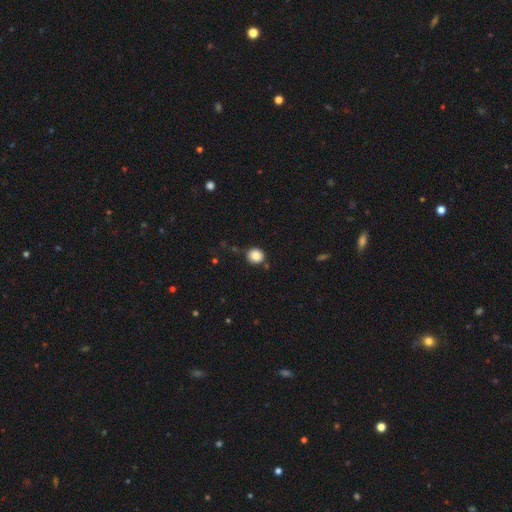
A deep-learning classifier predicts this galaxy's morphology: A smooth galaxy with no disk features (86%) that is round (88%).

Vote fractions:
- Smooth or featured? smooth: 86% / star or artifact: 10% / featured or disk: 4%
- How rounded? round: 88% / in between: 11% / cigar-shaped: 1%
- Merging? none: 83% / minor disturbance: 10% / merger: 4% / major disturbance: 3%